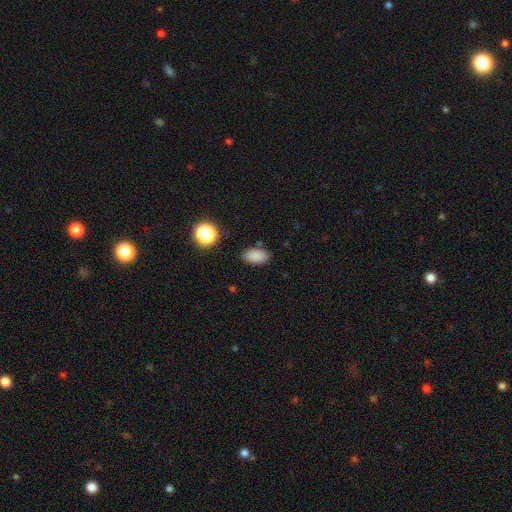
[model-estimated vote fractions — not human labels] Smooth or featured? Predicted: smooth (p=0.85). How rounded? Predicted: in between (p=0.91). Merging? Predicted: none (p=0.84).